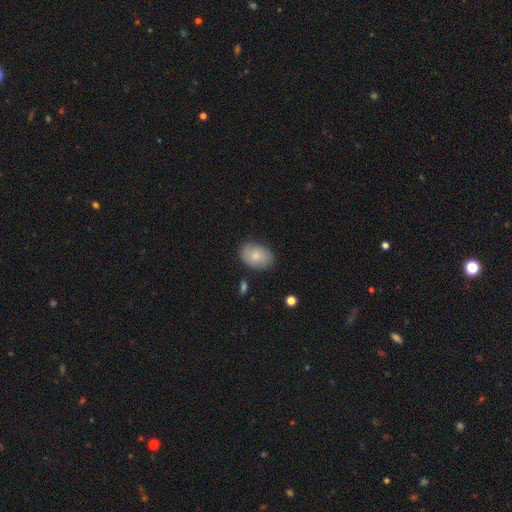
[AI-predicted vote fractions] Overall: smooth (77%). How rounded: in between (81%). Merging: none (80%).